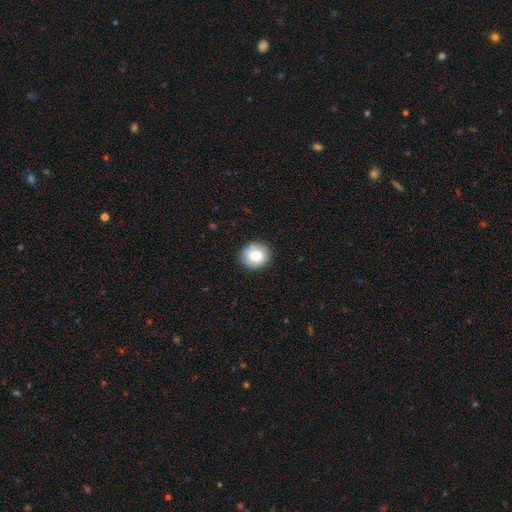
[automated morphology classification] Smooth or featured? Predicted: smooth (p=0.81). How rounded? Predicted: round (p=0.82). Merging? Predicted: none (p=0.88).